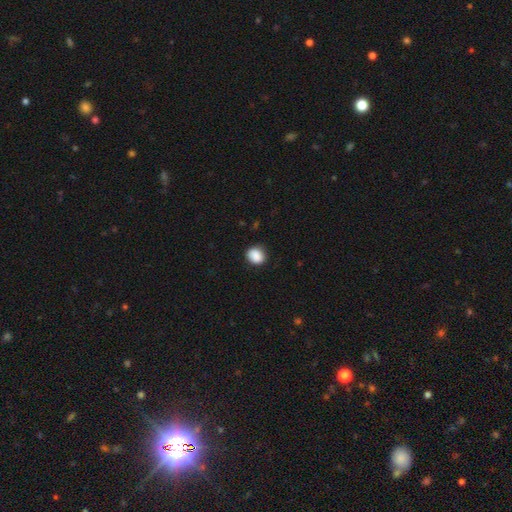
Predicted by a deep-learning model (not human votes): Morphology: type=smooth (88%); roundness=round (65%); merging=none (84%).